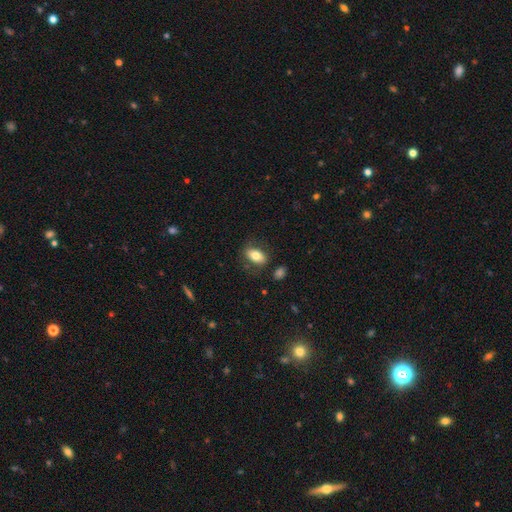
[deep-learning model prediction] The model was most divided on "smooth or featured": smooth: 75%, featured or disk: 18%, star or artifact: 7%. More confident: how rounded — in between (89%); merging — none (76%).